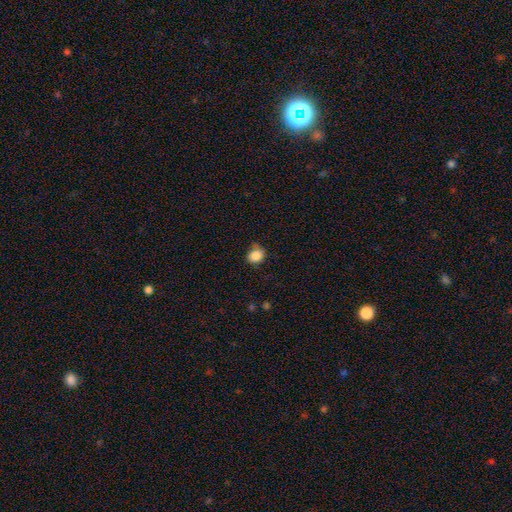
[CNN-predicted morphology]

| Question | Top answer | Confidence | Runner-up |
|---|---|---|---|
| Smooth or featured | smooth | 85% | star or artifact (10%) |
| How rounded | round | 74% | in between (25%) |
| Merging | none | 66% | minor disturbance (26%) |